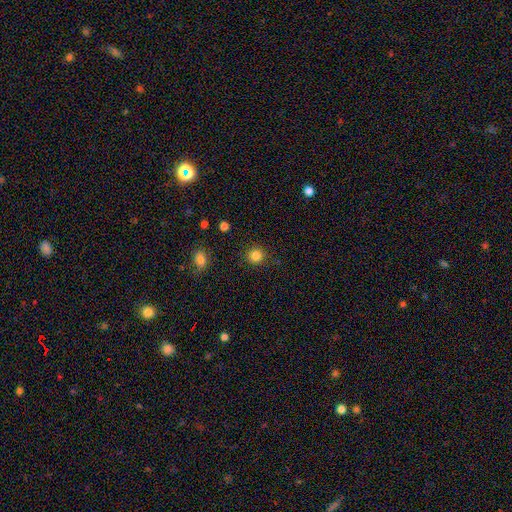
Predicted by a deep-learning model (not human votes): Smooth or featured? smooth (84%)
How rounded? round (93%)
Merging? none (89%)